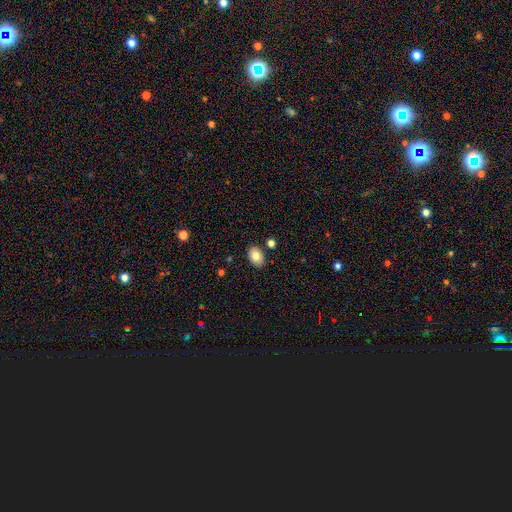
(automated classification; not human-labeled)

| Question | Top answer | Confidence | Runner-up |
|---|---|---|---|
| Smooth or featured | smooth | 80% | featured or disk (12%) |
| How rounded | in between | 80% | round (19%) |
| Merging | none | 85% | minor disturbance (10%) |